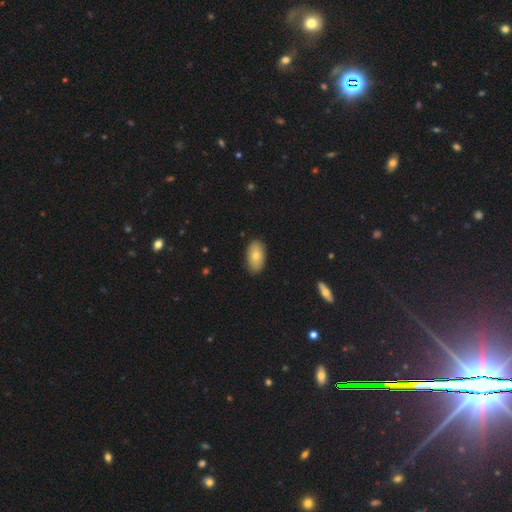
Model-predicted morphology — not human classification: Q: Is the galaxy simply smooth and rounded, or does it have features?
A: smooth — 76%.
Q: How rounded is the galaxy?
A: in between — 93%.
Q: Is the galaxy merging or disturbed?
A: none — 87%.